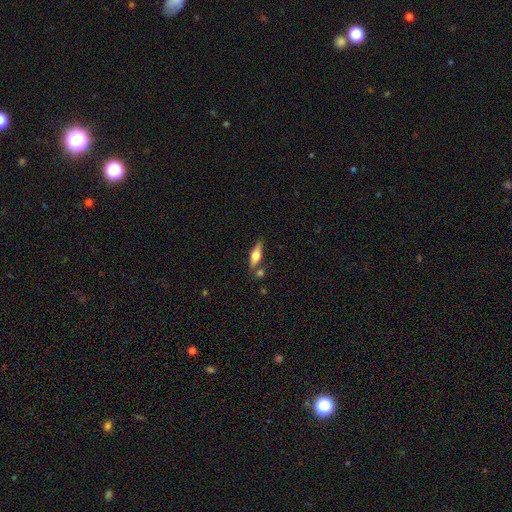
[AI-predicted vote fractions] Smooth or featured?
  - featured or disk: 51% *
  - smooth: 43%
  - star or artifact: 7%
Edge-on disk?
  - yes: 91% *
  - no: 9%
Merging?
  - none: 73% *
  - minor disturbance: 13%
  - merger: 10%
  - major disturbance: 3%